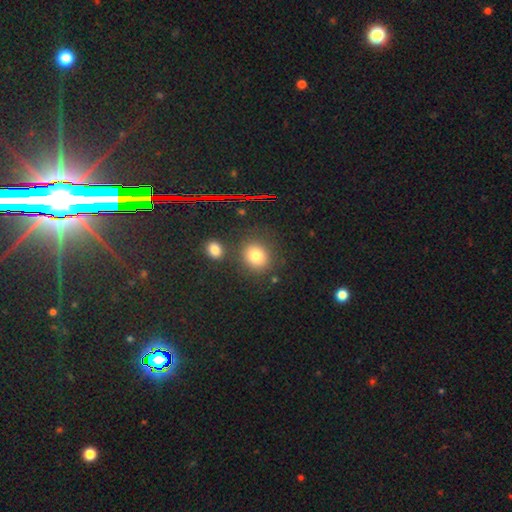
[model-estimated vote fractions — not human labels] This is likely a smooth galaxy (75%). How rounded: likely round (76%). Merging: likely none (79%).